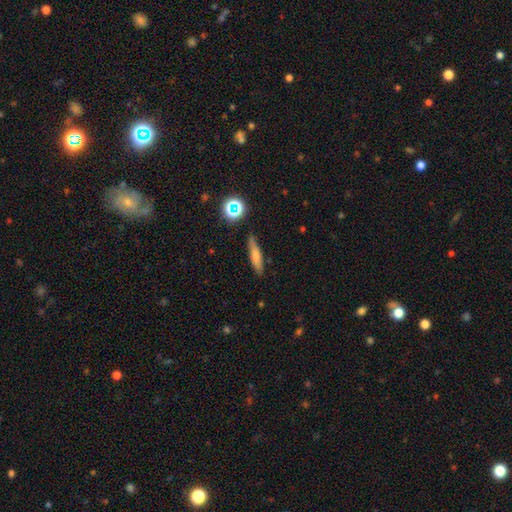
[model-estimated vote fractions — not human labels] smooth 67%, featured or disk 21%, star or artifact 11%. Down the decision tree: how rounded — cigar-shaped (78%); merging — none (79%).